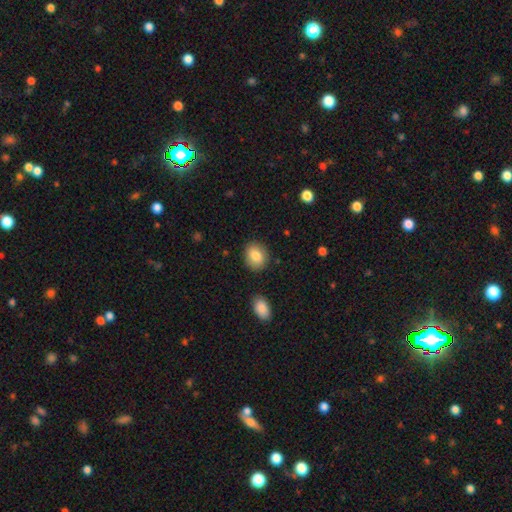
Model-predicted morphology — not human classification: Smooth or featured: smooth — 84% (featured or disk — 8%)
How rounded: in between — 51% (round — 48%)
Merging: none — 85% (minor disturbance — 10%)